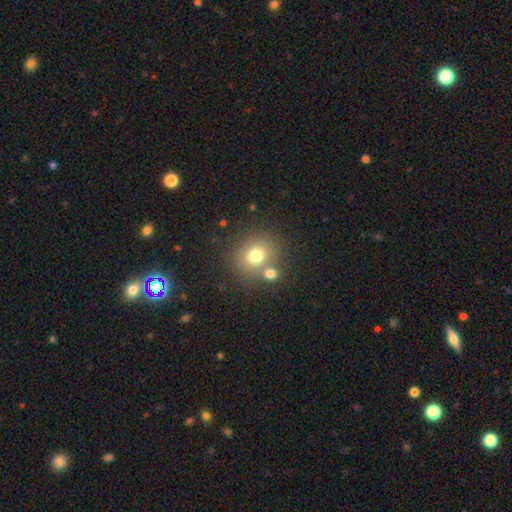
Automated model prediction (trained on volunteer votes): A smooth galaxy with no disk features (74%) that is round (75%).

Vote fractions:
- Smooth or featured? smooth: 74% / star or artifact: 14% / featured or disk: 12%
- How rounded? round: 75% / in between: 24% / cigar-shaped: 1%
- Merging? none: 60% / merger: 26% / minor disturbance: 9% / major disturbance: 4%